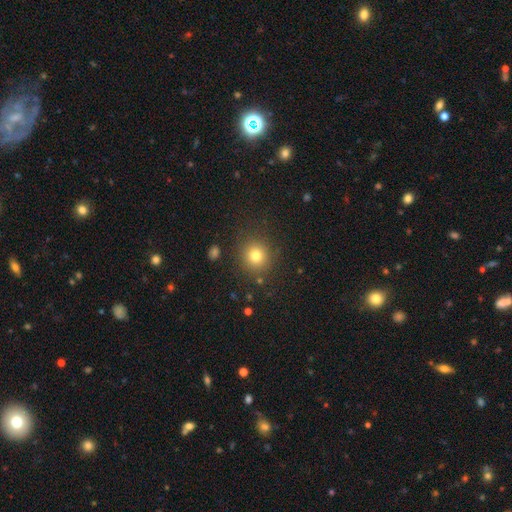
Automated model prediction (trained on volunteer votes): Overall: smooth (79%). How rounded: round (90%). Merging: none (87%).